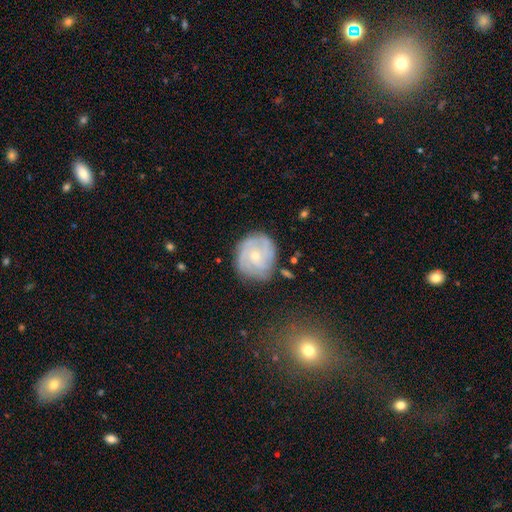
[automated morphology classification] This is likely a featured or disk galaxy (78%). It is clearly not viewed edge-on (98%). Bar: likely no (68%). Spiral arm pattern: clearly yes (94%). Spiral arm count: marginally 3 (32%). Spiral winding: likely tight (62%). Central bulge: likely small (69%). Merging: likely none (75%).